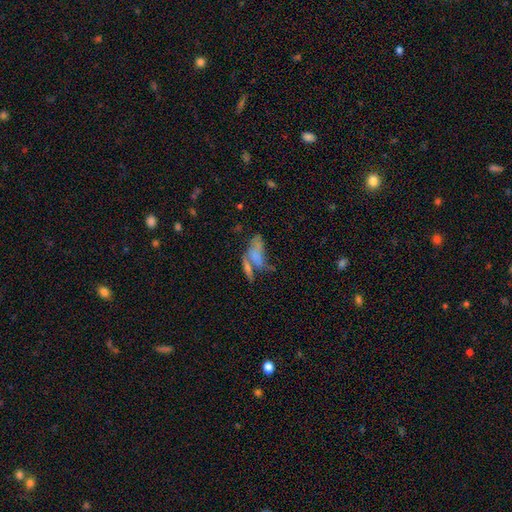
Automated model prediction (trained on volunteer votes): smooth 55%, featured or disk 33%, star or artifact 12%. Down the decision tree: how rounded — in between (71%); merging — merger (49%).